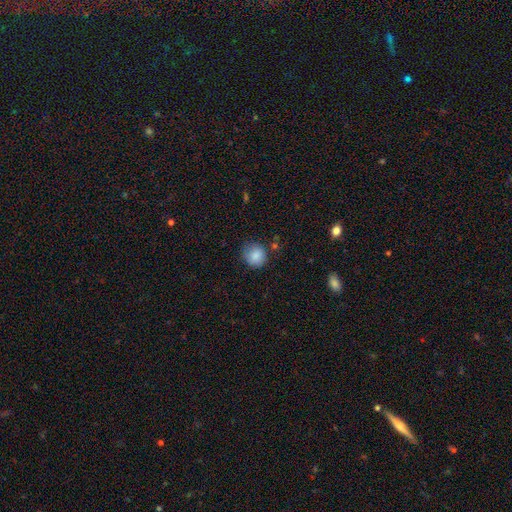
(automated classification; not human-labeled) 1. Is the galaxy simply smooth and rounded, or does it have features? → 86% smooth, 8% star or artifact, 6% featured or disk.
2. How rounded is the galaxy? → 88% round, 11% in between, 1% cigar-shaped.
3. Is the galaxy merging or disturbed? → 75% none, 18% minor disturbance, 4% major disturbance, 3% merger.